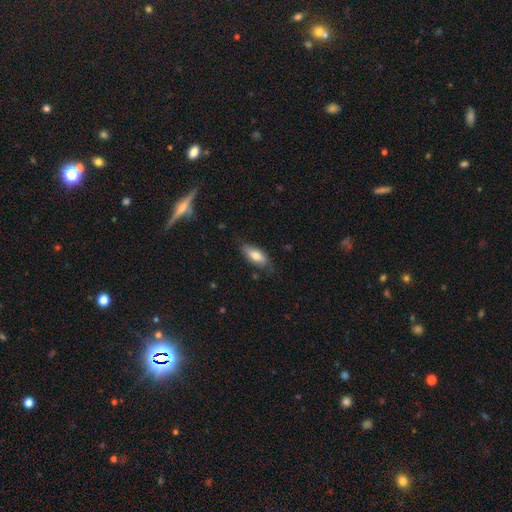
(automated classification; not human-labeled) Overall: smooth (75%). How rounded: in between (79%). Merging: none (73%).